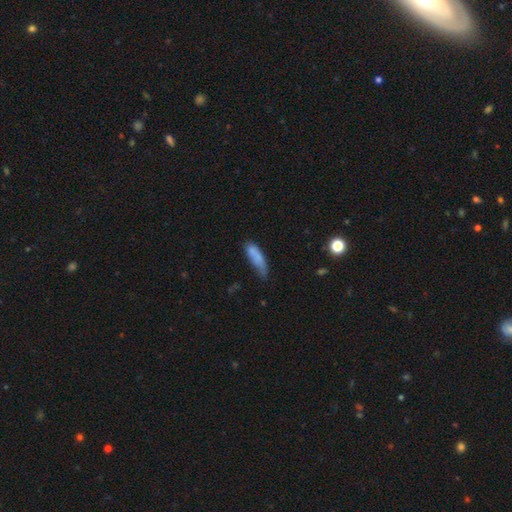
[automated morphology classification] Smooth or featured? Predicted: smooth (p=0.77). How rounded? Predicted: cigar-shaped (p=0.58). Merging? Predicted: none (p=0.40).